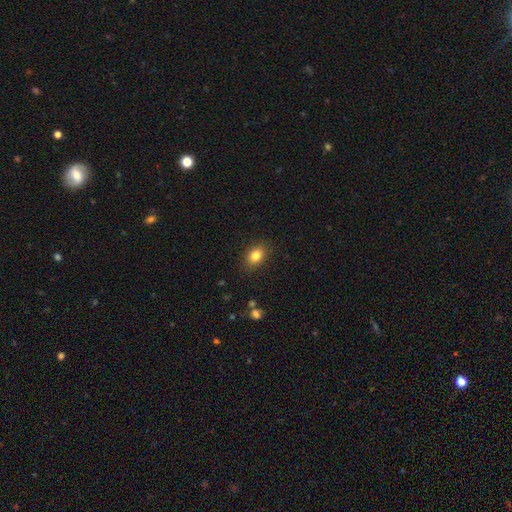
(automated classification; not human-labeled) Smooth or featured?
  - smooth: 82% *
  - star or artifact: 10%
  - featured or disk: 8%
How rounded?
  - in between: 73% *
  - round: 26%
  - cigar-shaped: 1%
Merging?
  - none: 87% *
  - minor disturbance: 10%
  - major disturbance: 2%
  - merger: 1%